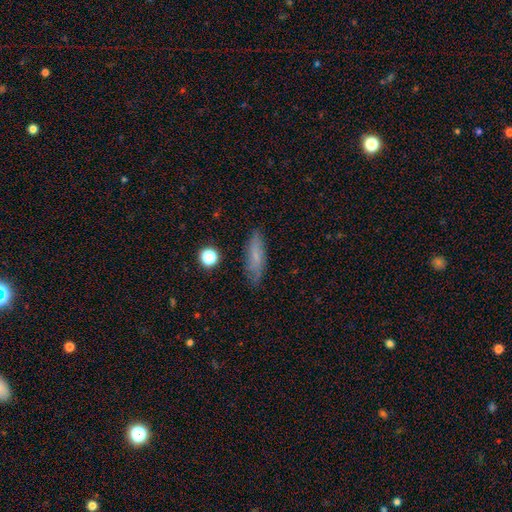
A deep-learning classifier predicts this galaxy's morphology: Smooth or featured? Predicted: smooth (p=0.61). How rounded? Predicted: in between (p=0.50). Merging? Predicted: none (p=0.77).